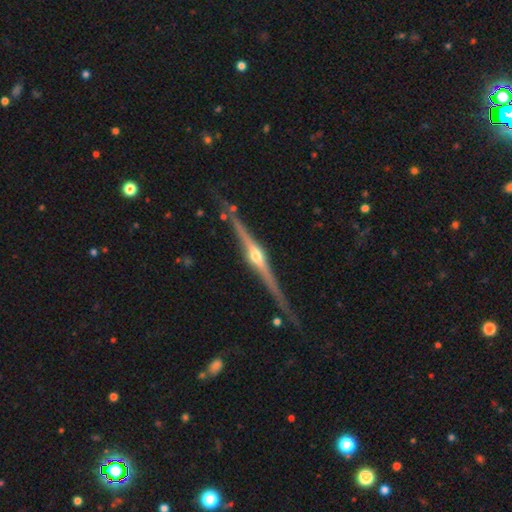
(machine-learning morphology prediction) Smooth or featured: featured or disk — 90% (smooth — 5%)
Edge-on disk: yes — 98% (no — 2%)
Edge-on bulge: rounded — 92% (boxy — 4%)
Merging: none — 86% (minor disturbance — 10%)